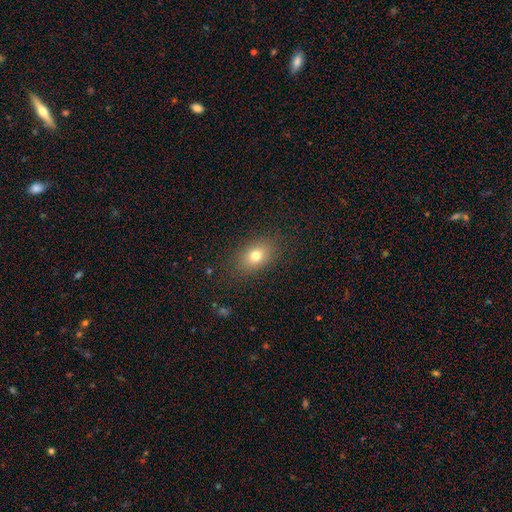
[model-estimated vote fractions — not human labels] Overall: smooth (75%). How rounded: in between (73%). Merging: none (84%).